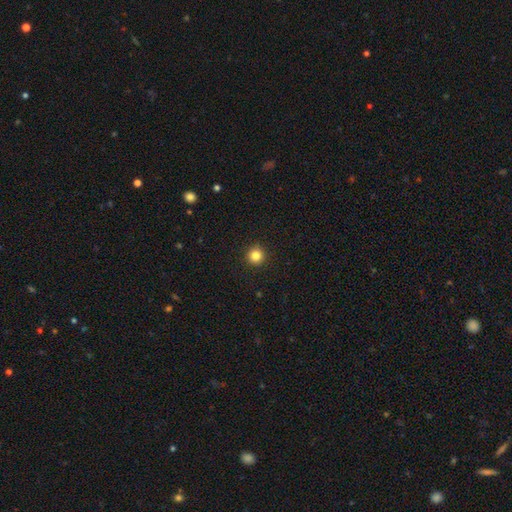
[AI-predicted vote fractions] Smooth or featured? Predicted: smooth (p=0.83). How rounded? Predicted: round (p=0.96). Merging? Predicted: none (p=0.93).